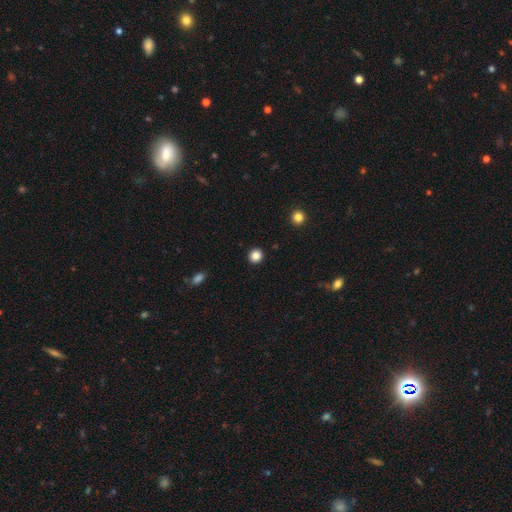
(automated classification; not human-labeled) Smooth or featured: smooth — 85% (star or artifact — 11%)
How rounded: round — 93% (in between — 6%)
Merging: none — 93% (minor disturbance — 4%)